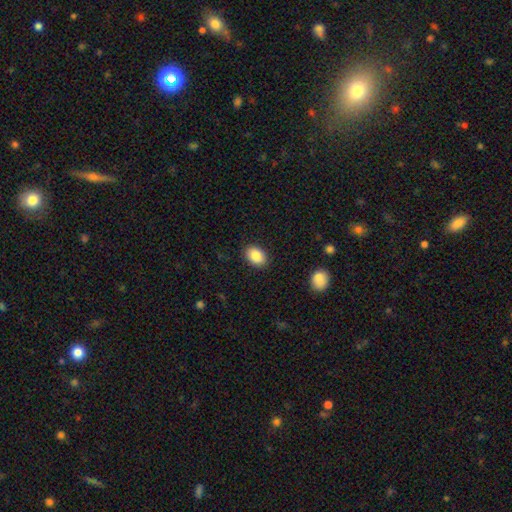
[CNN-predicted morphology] type=smooth (86%); roundness=in between (79%); merging=none (89%).